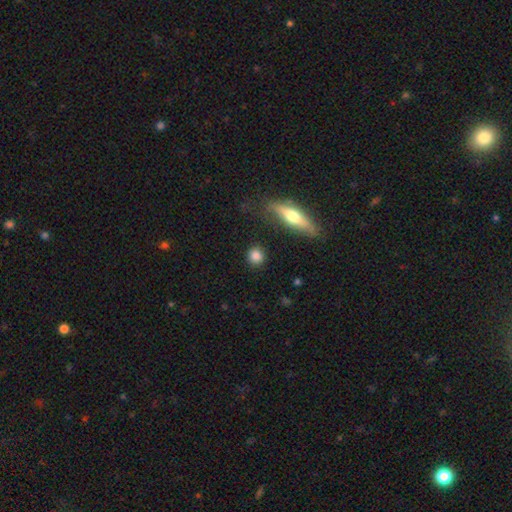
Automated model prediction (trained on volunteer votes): Overall: smooth (83%). How rounded: round (85%). Merging: none (87%).